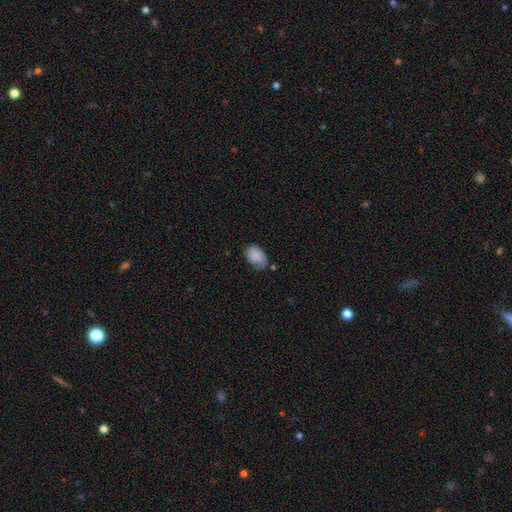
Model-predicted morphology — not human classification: Q: Smooth or featured?
A: smooth (86%); runner-up: star or artifact (7%)
Q: How rounded?
A: in between (85%); runner-up: round (14%)
Q: Merging?
A: none (58%); runner-up: minor disturbance (32%)